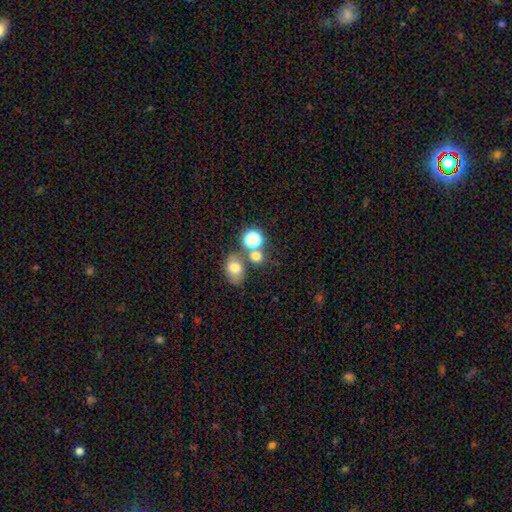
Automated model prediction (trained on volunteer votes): This appears to be a smooth galaxy with no disk features (70%) that is round (64%). Merging: none (56%).